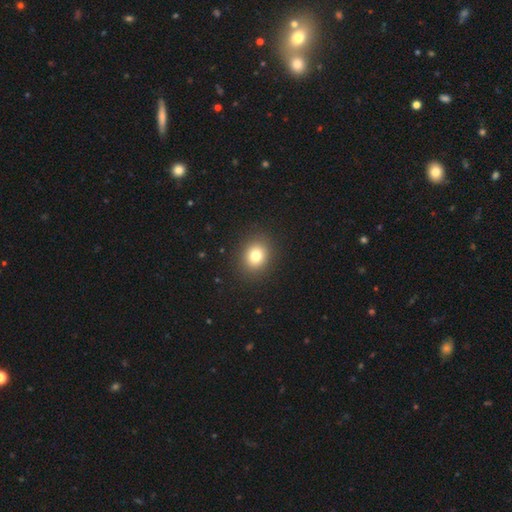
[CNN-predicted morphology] A smooth galaxy with no disk features (79%) that is round (67%).

Vote fractions:
- Smooth or featured? smooth: 79% / star or artifact: 12% / featured or disk: 9%
- How rounded? round: 67% / in between: 32% / cigar-shaped: 1%
- Merging? none: 90% / minor disturbance: 6% / major disturbance: 3% / merger: 1%